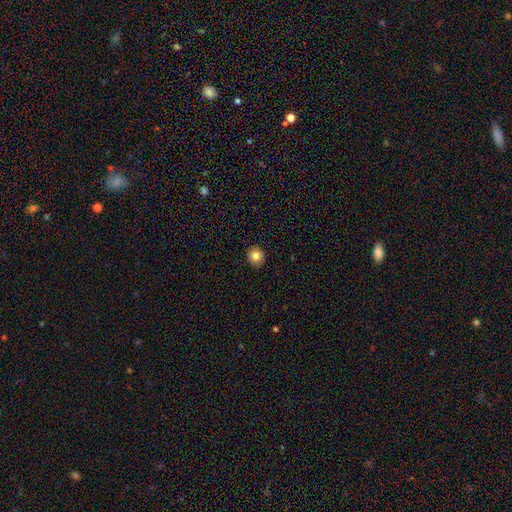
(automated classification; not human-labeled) The model was most divided on "smooth or featured": smooth: 83%, star or artifact: 10%, featured or disk: 6%. More confident: merging — none (91%); how rounded — round (89%).